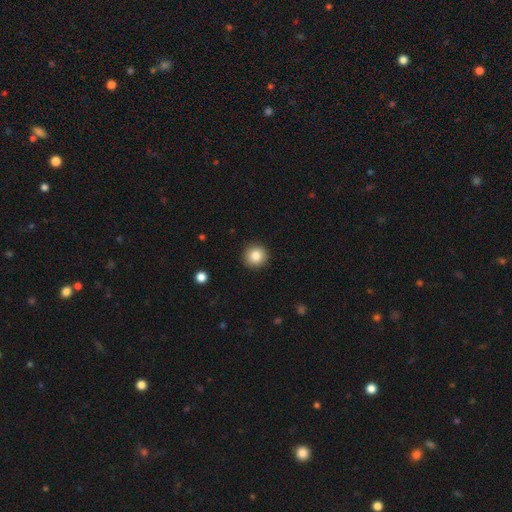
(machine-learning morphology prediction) Smooth or featured?
  - smooth: 85% *
  - star or artifact: 9%
  - featured or disk: 6%
How rounded?
  - round: 93% *
  - in between: 6%
  - cigar-shaped: 1%
Merging?
  - none: 92% *
  - minor disturbance: 6%
  - major disturbance: 2%
  - merger: 1%